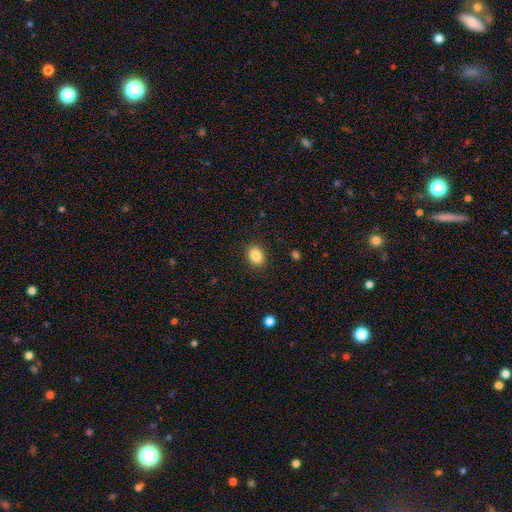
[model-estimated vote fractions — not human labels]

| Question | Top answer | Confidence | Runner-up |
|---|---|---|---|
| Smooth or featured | smooth | 86% | star or artifact (9%) |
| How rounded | in between | 66% | round (33%) |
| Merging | none | 89% | minor disturbance (8%) |